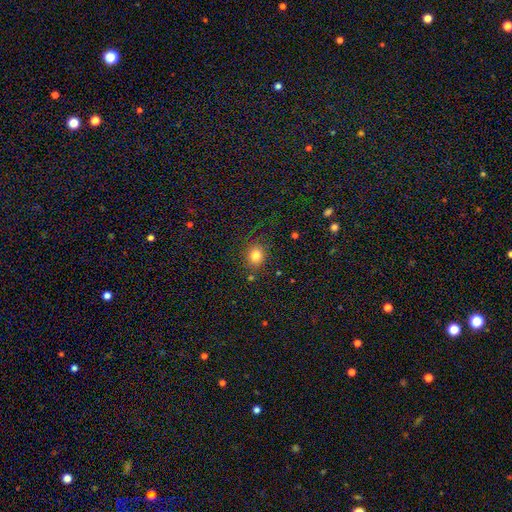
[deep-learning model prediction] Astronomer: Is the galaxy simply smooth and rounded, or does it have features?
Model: smooth — 81%.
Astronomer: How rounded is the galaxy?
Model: round — 69%.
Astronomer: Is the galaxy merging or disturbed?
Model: none — 82%.